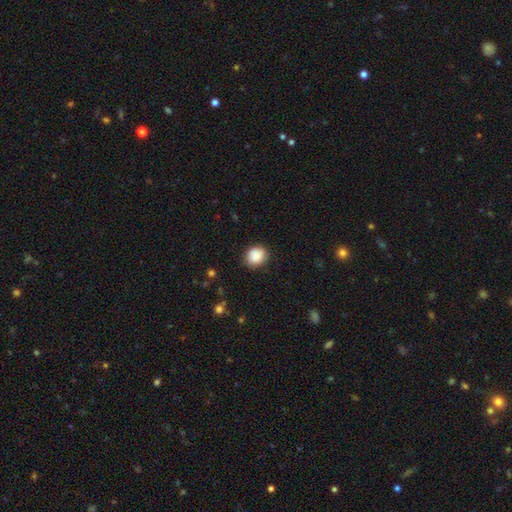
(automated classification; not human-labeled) Overall: smooth (86%). How rounded: round (69%; in between 30%). Merging: none (82%).